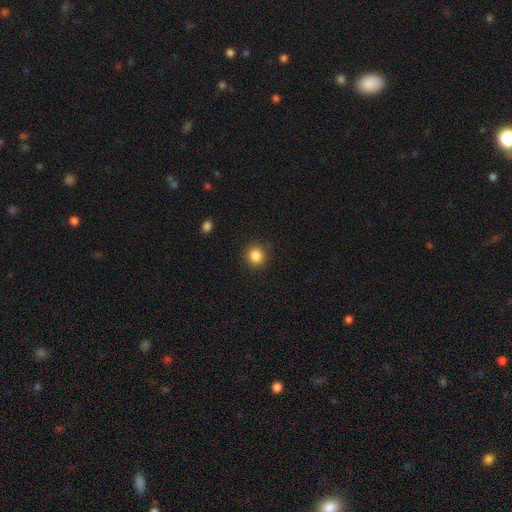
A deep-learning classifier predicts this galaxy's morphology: This appears to be a smooth galaxy with no disk features (86%) that is round (91%). Merging: none (90%).